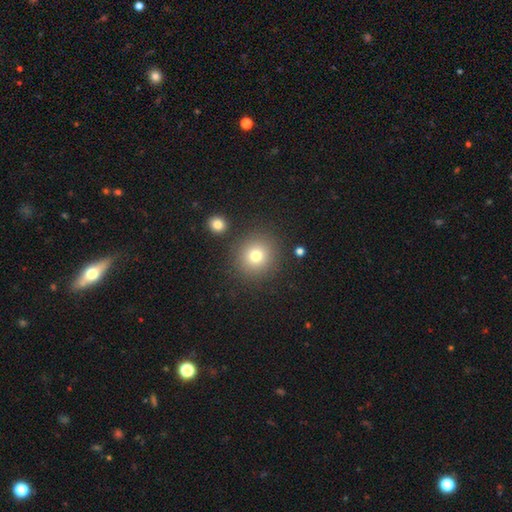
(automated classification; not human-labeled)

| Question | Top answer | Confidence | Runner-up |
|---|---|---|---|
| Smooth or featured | smooth | 76% | star or artifact (14%) |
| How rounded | round | 91% | in between (8%) |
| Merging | none | 86% | minor disturbance (7%) |